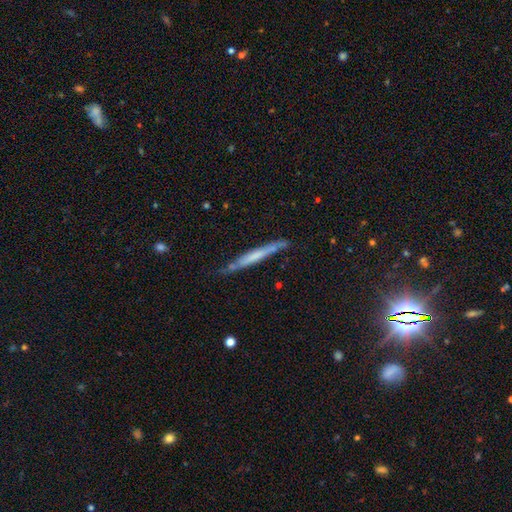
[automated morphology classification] Q: Smooth or featured?
A: featured or disk (51%); runner-up: smooth (43%)
Q: Edge-on disk?
A: yes (91%); runner-up: no (9%)
Q: Merging?
A: none (73%); runner-up: minor disturbance (20%)